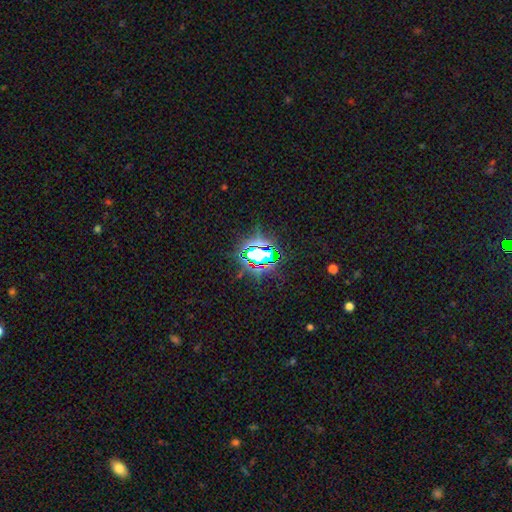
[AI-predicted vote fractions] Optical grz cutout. It shows a star or artifact, not a galaxy (71%).